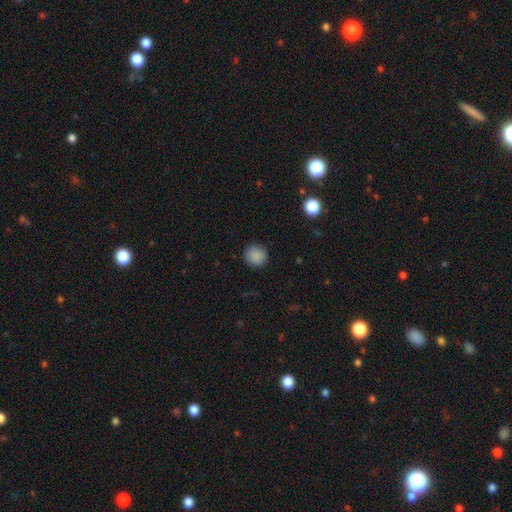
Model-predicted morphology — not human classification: This is clearly a smooth galaxy (88%). How rounded: clearly round (90%). Merging: clearly none (89%).